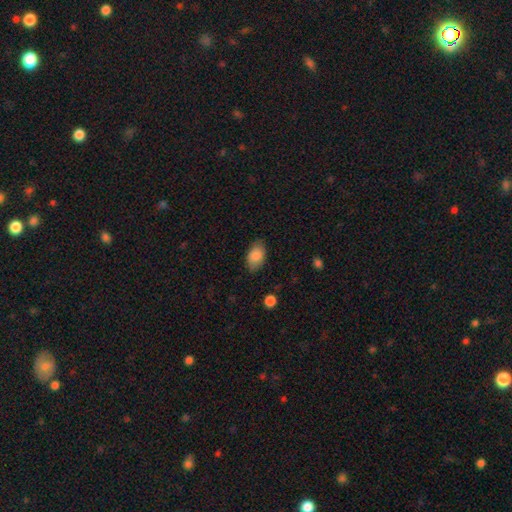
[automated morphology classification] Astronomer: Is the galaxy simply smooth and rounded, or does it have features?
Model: smooth — 87%.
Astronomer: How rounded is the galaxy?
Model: in between — 91%.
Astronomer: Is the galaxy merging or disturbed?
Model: none — 82%.